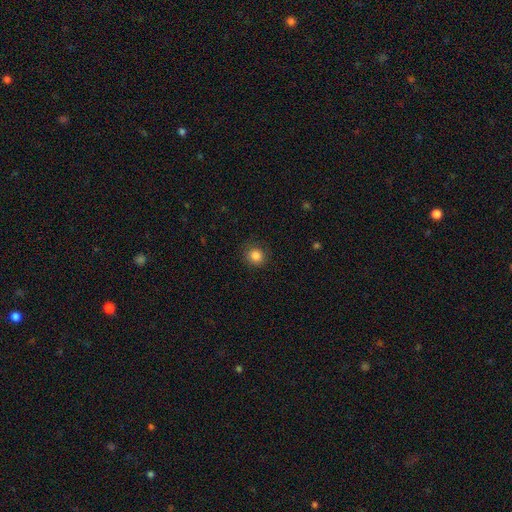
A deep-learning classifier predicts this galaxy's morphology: Q: Smooth or featured?
A: smooth (85%); runner-up: star or artifact (11%)
Q: How rounded?
A: round (87%); runner-up: in between (12%)
Q: Merging?
A: none (86%); runner-up: minor disturbance (10%)